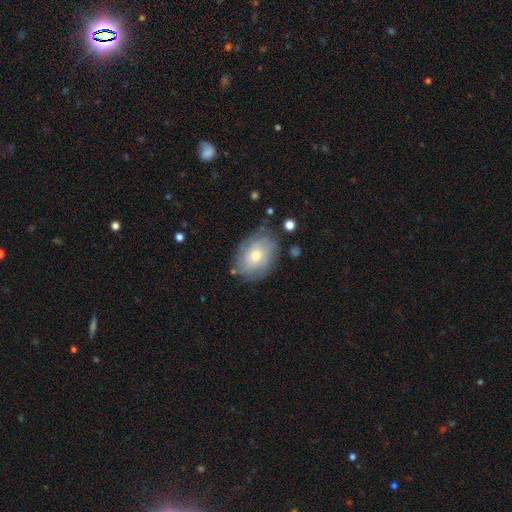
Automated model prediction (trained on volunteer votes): Morphology: type=smooth (46%); merging=none (68%).